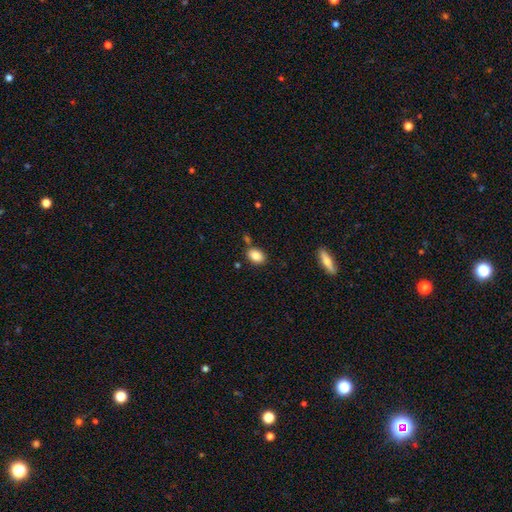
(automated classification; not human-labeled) smooth_or_featured: smooth (p=0.86) [alt: star or artifact p=0.08]
how_rounded: in between (p=0.80) [alt: round p=0.19]
merging: none (p=0.77) [alt: minor disturbance p=0.12]